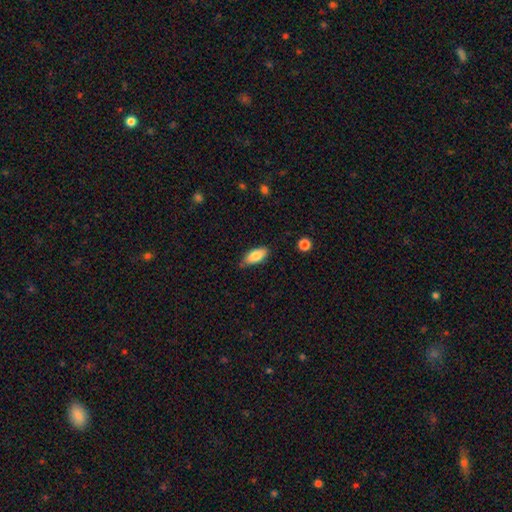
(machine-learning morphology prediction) Smooth or featured: smooth — 82% (featured or disk — 12%)
How rounded: in between — 85% (cigar-shaped — 13%)
Merging: none — 79% (minor disturbance — 16%)